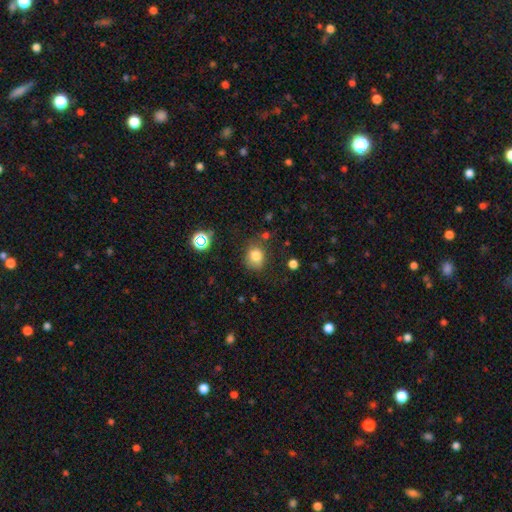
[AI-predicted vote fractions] smooth_or_featured: smooth (p=0.79) [alt: star or artifact p=0.14]
how_rounded: round (p=0.63) [alt: in between p=0.36]
merging: none (p=0.68) [alt: minor disturbance p=0.21]